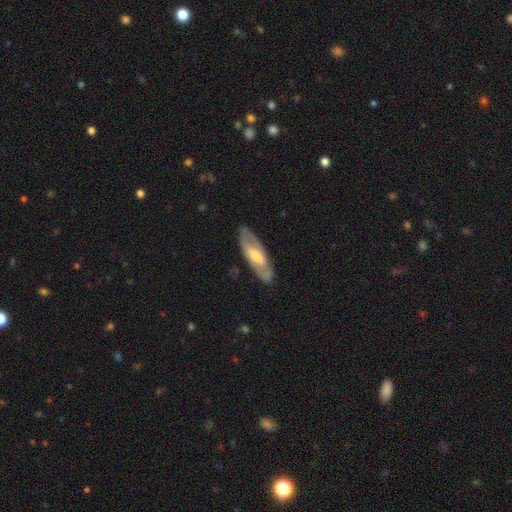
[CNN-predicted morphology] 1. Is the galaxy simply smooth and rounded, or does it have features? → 65% featured or disk, 29% smooth, 6% star or artifact.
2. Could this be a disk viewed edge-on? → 71% no, 29% yes.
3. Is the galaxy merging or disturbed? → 83% none, 13% minor disturbance, 4% major disturbance, 1% merger.